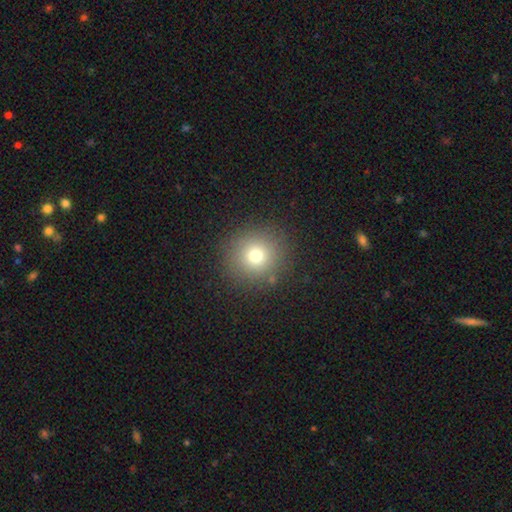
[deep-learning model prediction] A smooth galaxy with no disk features (74%) that is round (93%).

Vote fractions:
- Smooth or featured? smooth: 74% / star or artifact: 16% / featured or disk: 10%
- How rounded? round: 93% / in between: 6% / cigar-shaped: 1%
- Merging? none: 88% / minor disturbance: 7% / major disturbance: 3% / merger: 2%